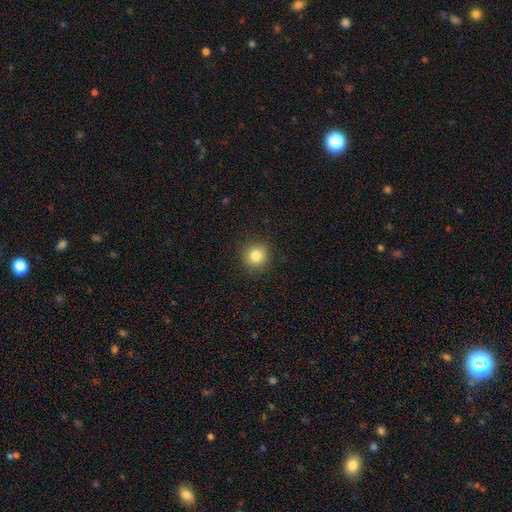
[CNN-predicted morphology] Smooth or featured? Predicted: smooth (p=0.83). How rounded? Predicted: round (p=0.92). Merging? Predicted: none (p=0.89).